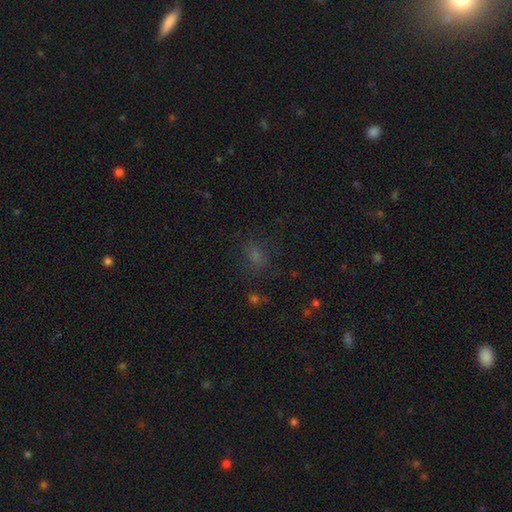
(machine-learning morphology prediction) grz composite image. It shows a smooth galaxy with no disk features (52%) that is in between round and cigar-shaped (61%). Merging: none (73%).